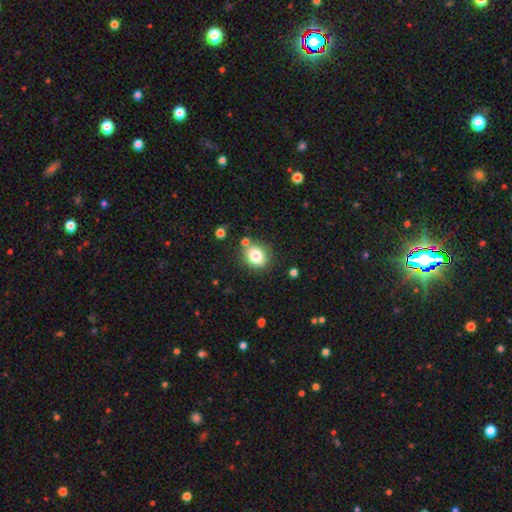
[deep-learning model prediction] smooth-or-featured: smooth: 80% | star or artifact: 11% | featured or disk: 9%
  how-rounded: round: 59% | in between: 40% | cigar-shaped: 1%
  merging: none: 77% | minor disturbance: 12% | merger: 7% | major disturbance: 3%